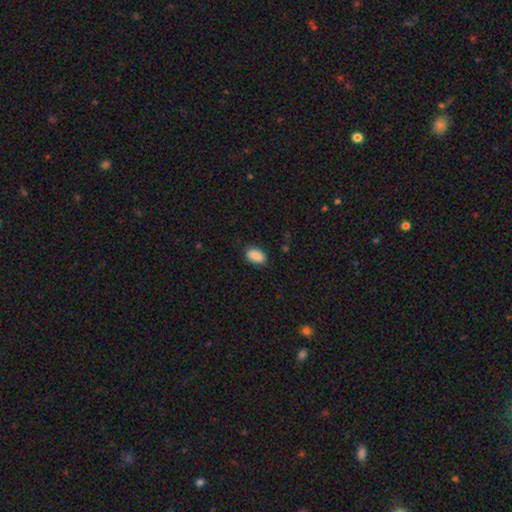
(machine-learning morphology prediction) A smooth galaxy with no disk features (89%) that is in between round and cigar-shaped (91%).

Vote fractions:
- Smooth or featured? smooth: 89% / star or artifact: 7% / featured or disk: 4%
- How rounded? in between: 91% / round: 6% / cigar-shaped: 3%
- Merging? none: 82% / minor disturbance: 14% / major disturbance: 3% / merger: 1%